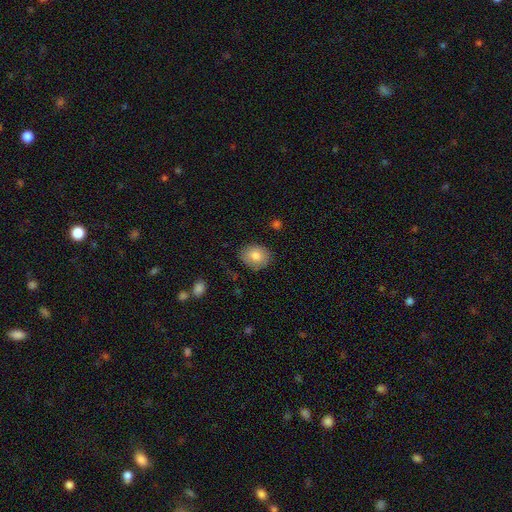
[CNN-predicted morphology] smooth-or-featured: smooth: 80% | featured or disk: 12% | star or artifact: 8%
  how-rounded: in between: 57% | round: 42% | cigar-shaped: 1%
  merging: none: 83% | minor disturbance: 13% | major disturbance: 3% | merger: 1%